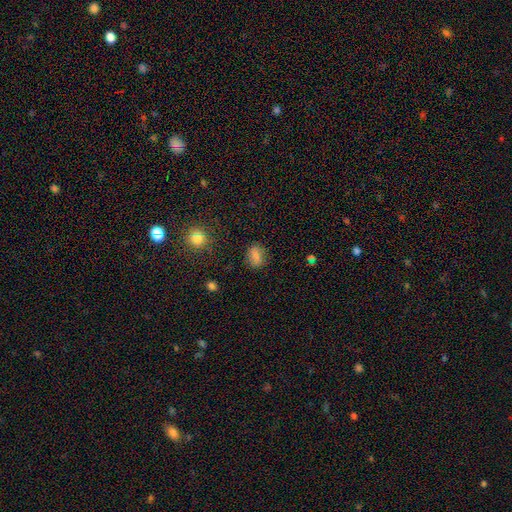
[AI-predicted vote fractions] The model was most divided on "how rounded": in between: 64%, round: 33%, cigar-shaped: 4%. More confident: merging — none (83%); smooth or featured — smooth (77%).